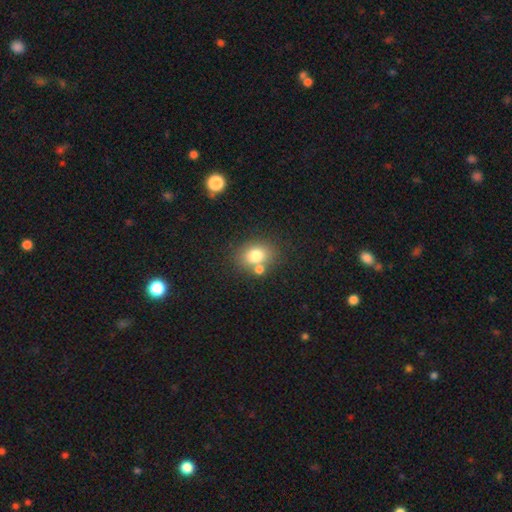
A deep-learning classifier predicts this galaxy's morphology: A smooth galaxy with no disk features (77%) that is in between round and cigar-shaped (53%).

Vote fractions:
- Smooth or featured? smooth: 77% / featured or disk: 12% / star or artifact: 11%
- How rounded? in between: 53% / round: 46% / cigar-shaped: 1%
- Merging? none: 62% / merger: 23% / minor disturbance: 11% / major disturbance: 4%